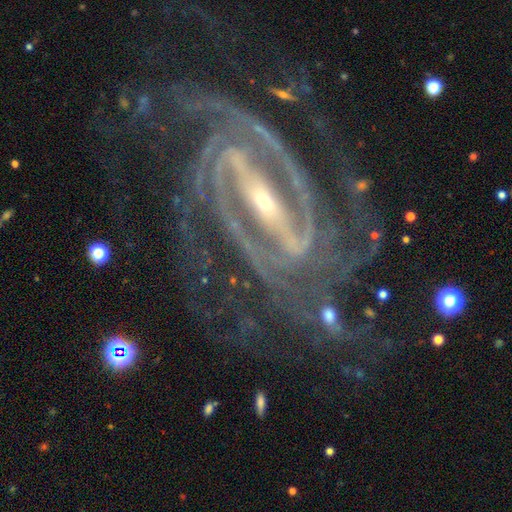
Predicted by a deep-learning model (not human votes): Overall: featured or disk (93%). Edge-on disk: no (96%). Bar: strong (81%). Spiral arms: yes (99%). Spiral arm count: 2 (30%; 4 21%). Spiral winding: tight (62%; medium 32%). Bulge size: small (75%). Merging: none (66%).